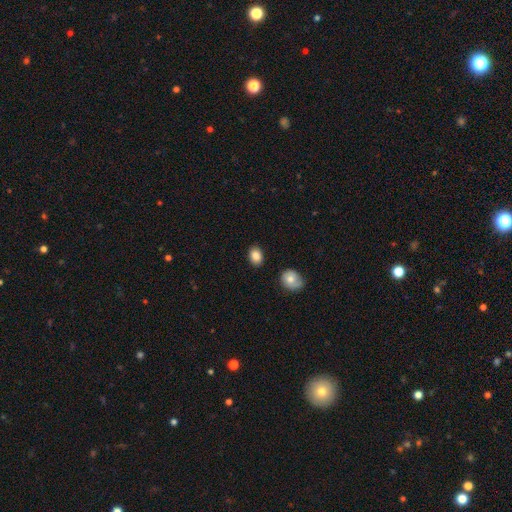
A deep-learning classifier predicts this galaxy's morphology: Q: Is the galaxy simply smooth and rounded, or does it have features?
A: smooth — 86%.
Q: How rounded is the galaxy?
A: in between — 71%.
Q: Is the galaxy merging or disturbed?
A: none — 85%.